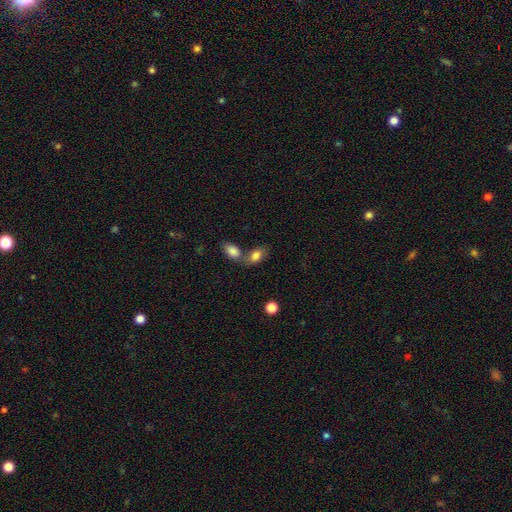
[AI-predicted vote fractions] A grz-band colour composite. It shows a smooth galaxy with no disk features (81%) that is in between round and cigar-shaped (87%). Merging: merger (43%).